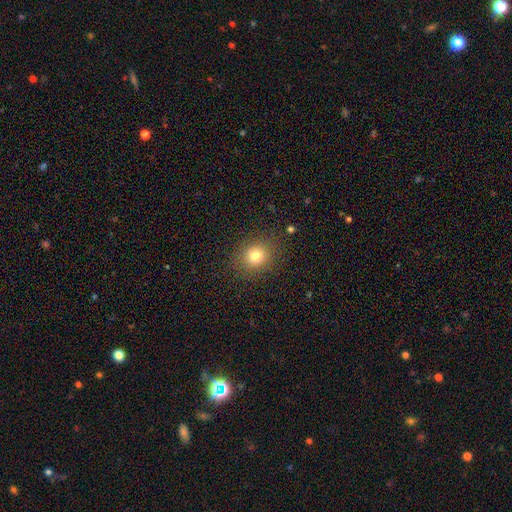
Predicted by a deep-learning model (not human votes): A smooth galaxy with no disk features (76%) that is round (74%).

Vote fractions:
- Smooth or featured? smooth: 76% / star or artifact: 14% / featured or disk: 10%
- How rounded? round: 74% / in between: 25% / cigar-shaped: 1%
- Merging? none: 86% / minor disturbance: 9% / major disturbance: 4% / merger: 1%